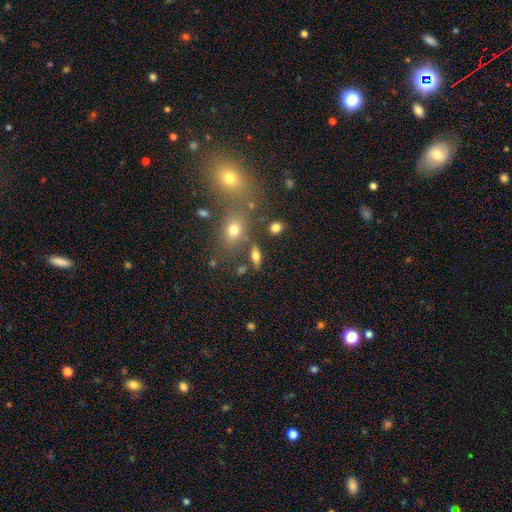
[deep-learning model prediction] Smooth or featured?
  - smooth: 59% *
  - featured or disk: 29%
  - star or artifact: 12%
How rounded?
  - in between: 66% *
  - cigar-shaped: 25%
  - round: 10%
Merging?
  - none: 74% *
  - minor disturbance: 12%
  - merger: 9%
  - major disturbance: 5%